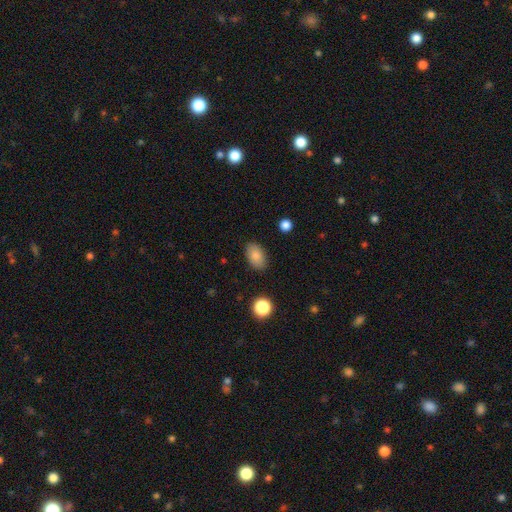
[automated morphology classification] Smooth or featured?
  - smooth: 84% *
  - featured or disk: 8%
  - star or artifact: 8%
How rounded?
  - in between: 91% *
  - round: 8%
  - cigar-shaped: 1%
Merging?
  - none: 86% *
  - minor disturbance: 10%
  - major disturbance: 3%
  - merger: 1%